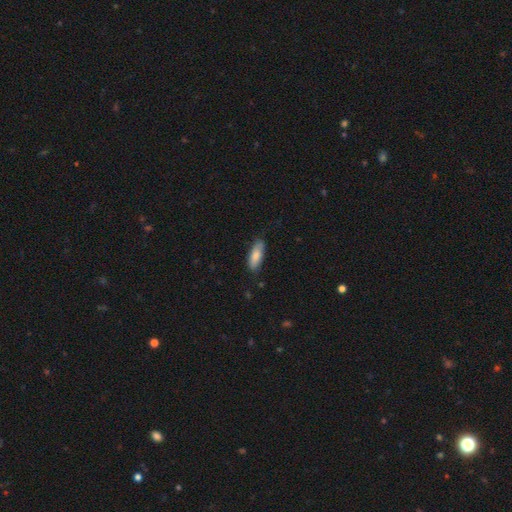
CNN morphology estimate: Smooth or featured? Predicted: smooth (p=0.82). How rounded? Predicted: in between (p=0.68). Merging? Predicted: none (p=0.78).